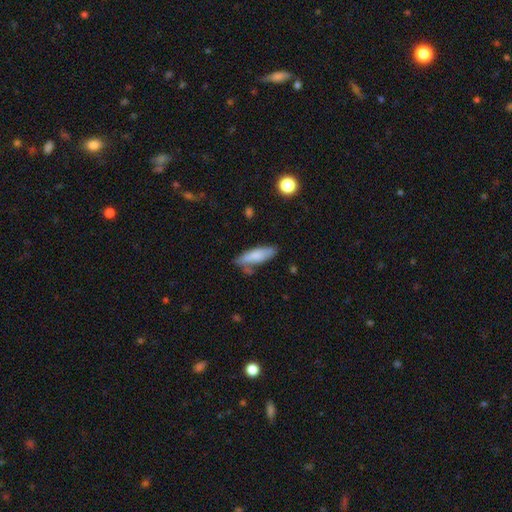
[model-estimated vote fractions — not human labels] smooth-or-featured: smooth: 78% | featured or disk: 15% | star or artifact: 6%
  how-rounded: cigar-shaped: 52% | in between: 46% | round: 2%
  merging: none: 65% | minor disturbance: 23% | merger: 6% | major disturbance: 5%